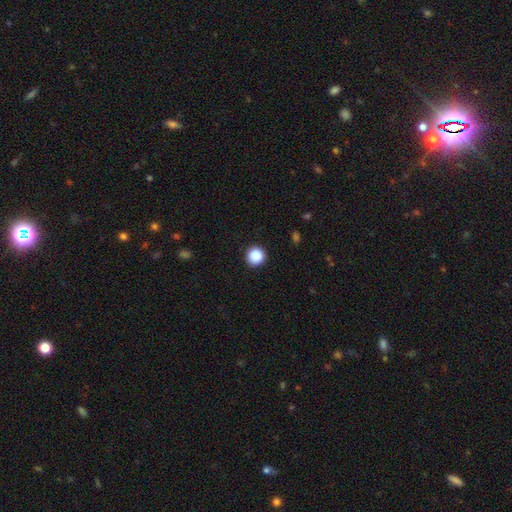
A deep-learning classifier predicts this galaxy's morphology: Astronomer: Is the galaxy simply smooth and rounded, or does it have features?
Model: smooth — 89%.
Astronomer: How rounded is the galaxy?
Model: round — 95%.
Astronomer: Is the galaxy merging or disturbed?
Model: none — 91%.